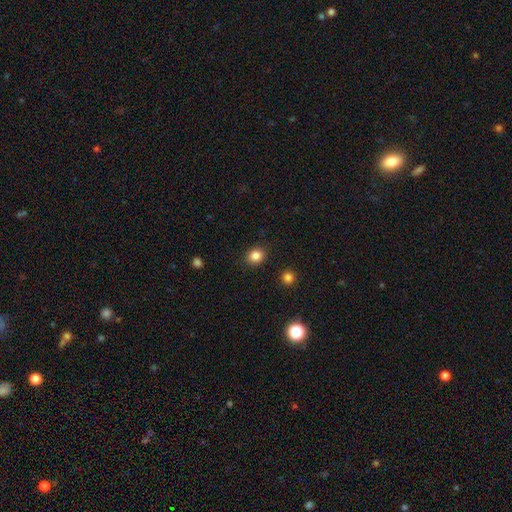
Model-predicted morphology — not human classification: The model was most divided on "how rounded": round: 66%, in between: 33%, cigar-shaped: 1%. More confident: merging — none (89%); smooth or featured — smooth (84%).